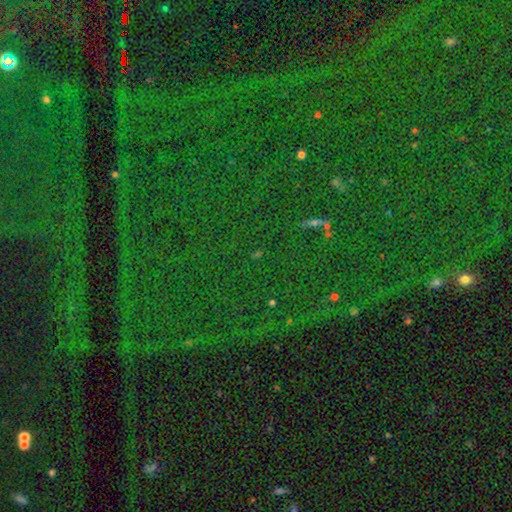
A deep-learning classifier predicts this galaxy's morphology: Smooth or featured? star or artifact (84%)